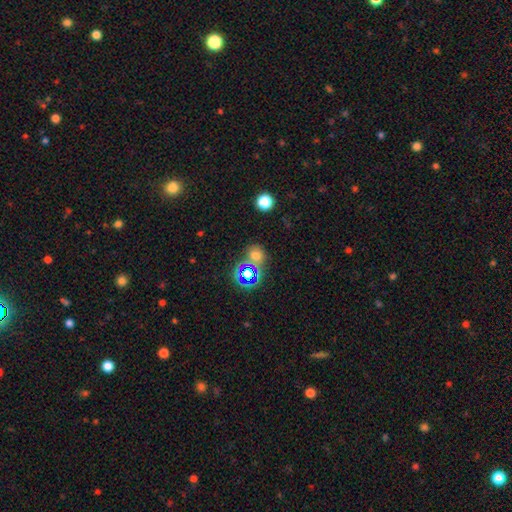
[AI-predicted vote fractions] Smooth or featured? Predicted: smooth (p=0.59). How rounded? Predicted: round (p=0.70). Merging? Predicted: none (p=0.58).